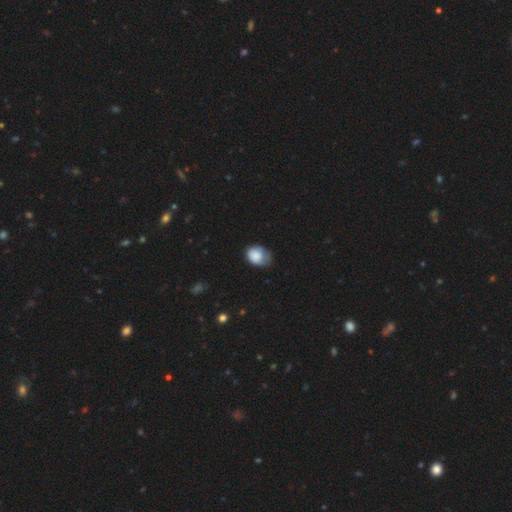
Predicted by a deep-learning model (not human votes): A smooth galaxy with no disk features (83%) that is in between round and cigar-shaped (63%). Merging: minor disturbance (44%).